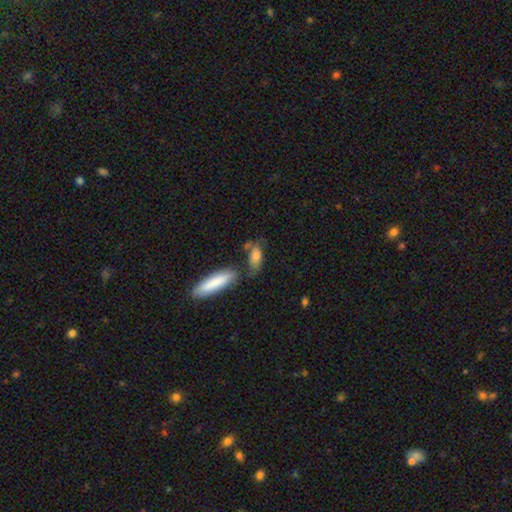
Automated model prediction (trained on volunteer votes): This appears to be a smooth galaxy with no disk features (75%) that is in between round and cigar-shaped (67%). Merging: none (48%).